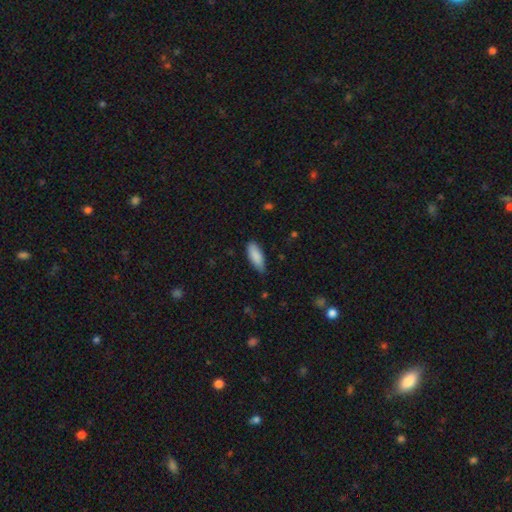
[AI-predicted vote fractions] smooth-or-featured: smooth: 88% | featured or disk: 6% | star or artifact: 6%
  how-rounded: in between: 72% | cigar-shaped: 26% | round: 2%
  merging: none: 73% | minor disturbance: 23% | major disturbance: 3% | merger: 1%